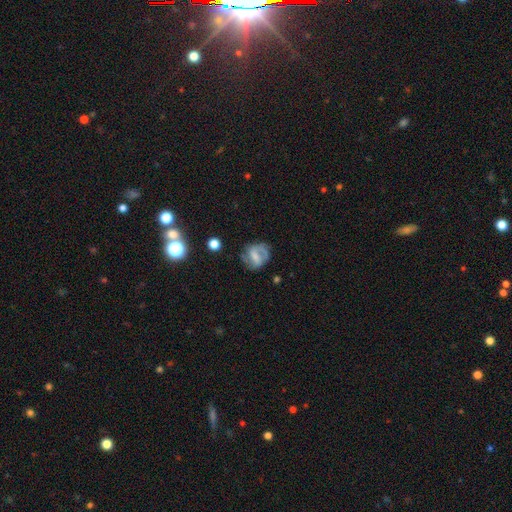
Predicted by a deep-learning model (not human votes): The model was most divided on "bulge size": none: 32%, small: 31%, moderate: 29%, large: 8%, dominant: 2%. Remaining: edge-on disk — no (96%); spiral arms — yes (73%); merging — none (56%); smooth or featured — featured or disk (56%); bar — weak (43%).